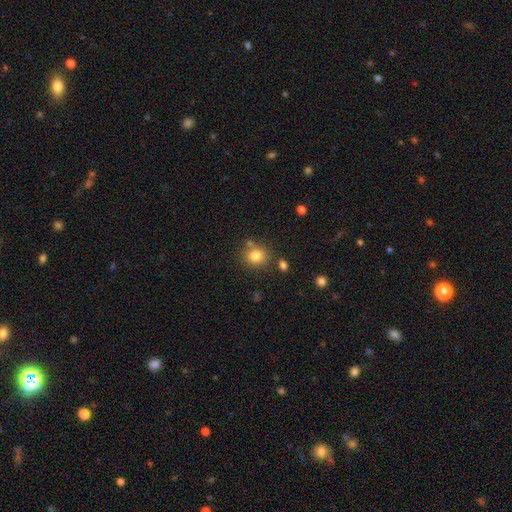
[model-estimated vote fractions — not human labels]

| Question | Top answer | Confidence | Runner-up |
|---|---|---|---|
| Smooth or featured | smooth | 82% | star or artifact (11%) |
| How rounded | round | 80% | in between (19%) |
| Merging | none | 75% | minor disturbance (11%) |